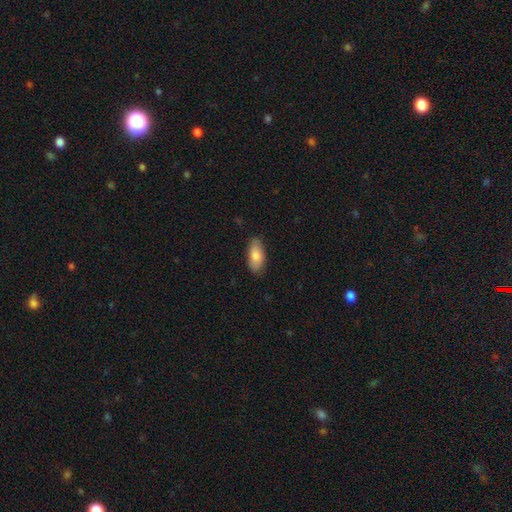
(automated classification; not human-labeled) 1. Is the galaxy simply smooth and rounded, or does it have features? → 82% smooth, 12% featured or disk, 6% star or artifact.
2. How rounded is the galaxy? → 88% in between, 9% cigar-shaped, 2% round.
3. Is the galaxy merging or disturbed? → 81% none, 15% minor disturbance, 3% major disturbance, 1% merger.